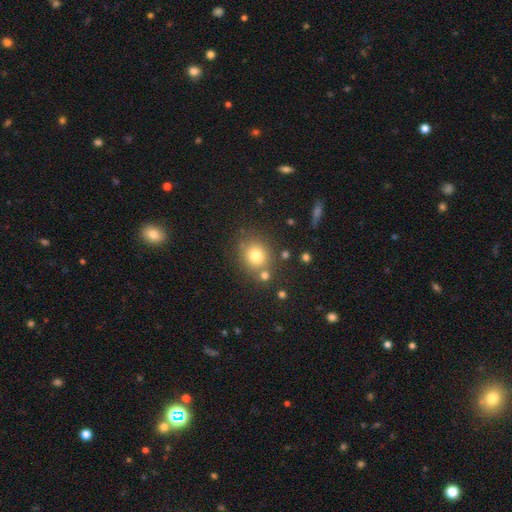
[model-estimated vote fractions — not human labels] smooth_or_featured: smooth (p=0.77) [alt: star or artifact p=0.13]
how_rounded: round (p=0.79) [alt: in between p=0.20]
merging: none (p=0.72) [alt: merger p=0.12]